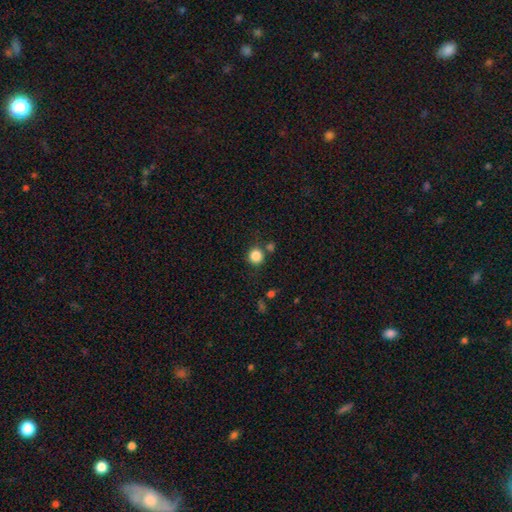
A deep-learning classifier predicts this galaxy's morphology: Overall: smooth (85%). How rounded: round (92%). Merging: none (77%).